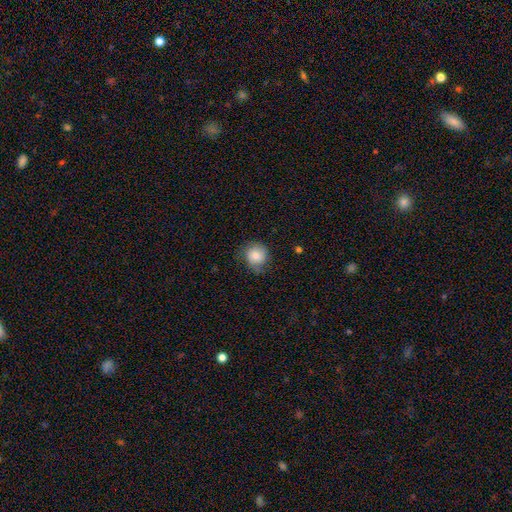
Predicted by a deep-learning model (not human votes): Overall: smooth (76%). How rounded: round (86%). Merging: none (66%).